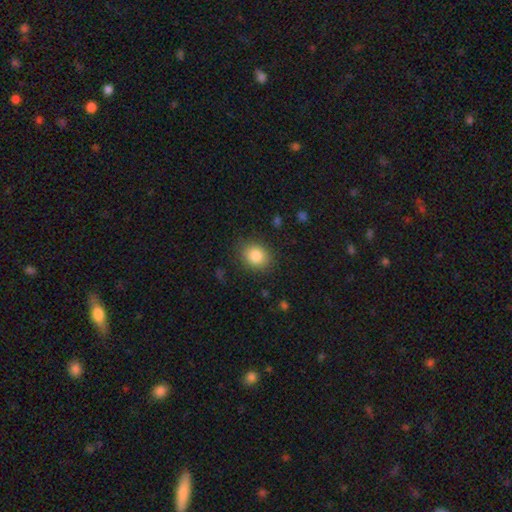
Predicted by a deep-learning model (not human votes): Morphology: type=smooth (85%); roundness=round (56%); merging=none (85%).